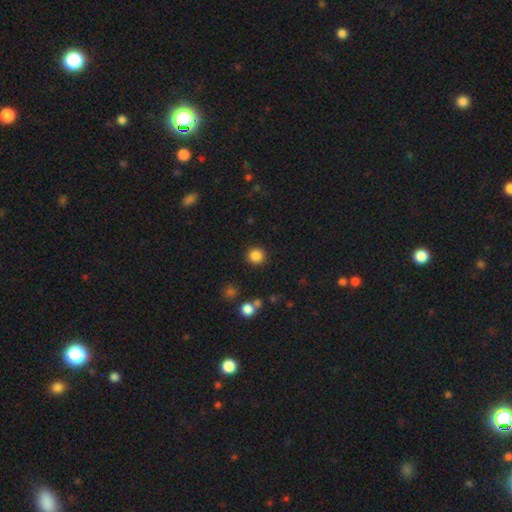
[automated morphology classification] Smooth or featured? smooth (86%)
How rounded? round (94%)
Merging? none (91%)